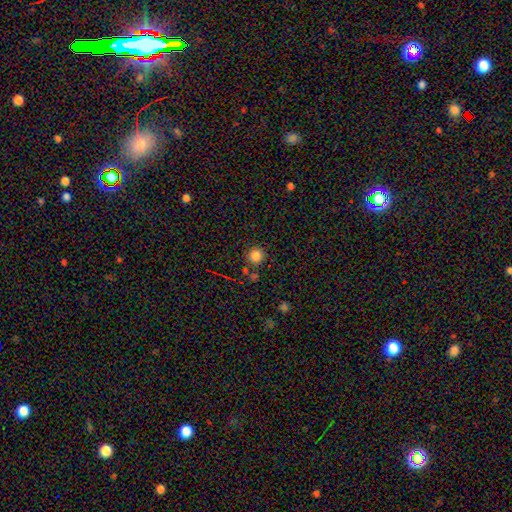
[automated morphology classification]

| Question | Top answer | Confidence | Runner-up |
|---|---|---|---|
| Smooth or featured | smooth | 82% | star or artifact (13%) |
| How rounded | round | 93% | in between (6%) |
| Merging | none | 82% | minor disturbance (8%) |